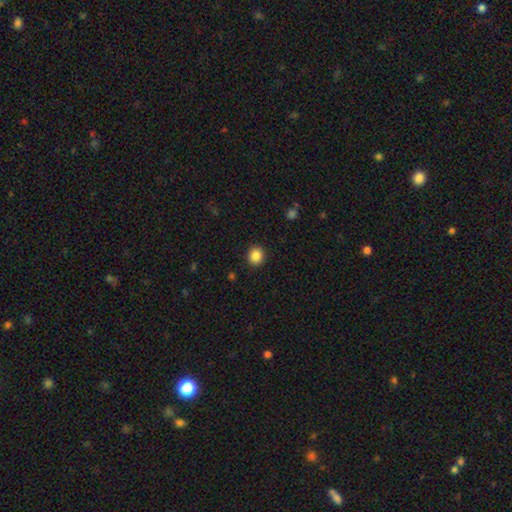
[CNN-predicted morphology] smooth 86%, star or artifact 10%, featured or disk 4%. Down the decision tree: how rounded — round (87%); merging — none (91%).